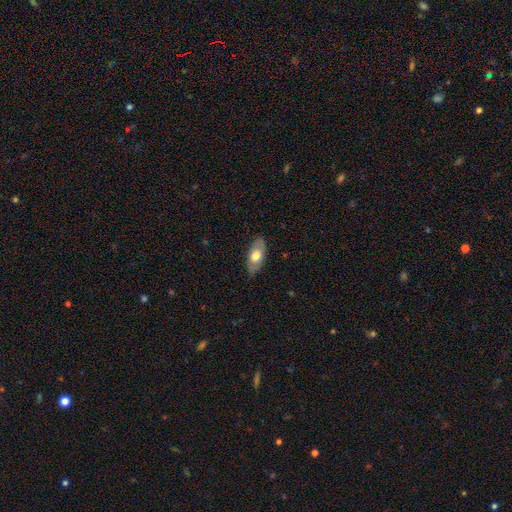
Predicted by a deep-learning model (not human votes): A smooth galaxy with no disk features (63%) that is in between round and cigar-shaped (89%). Merging: none (82%).